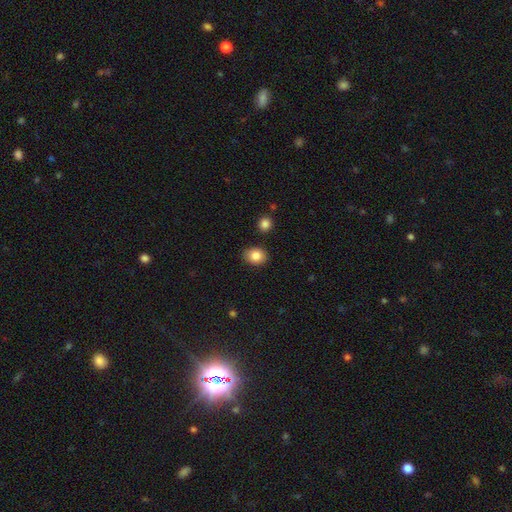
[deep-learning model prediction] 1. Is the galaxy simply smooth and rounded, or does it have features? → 85% smooth, 8% star or artifact, 6% featured or disk.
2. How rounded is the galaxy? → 54% in between, 45% round, 1% cigar-shaped.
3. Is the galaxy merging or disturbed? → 87% none, 9% minor disturbance, 2% merger, 2% major disturbance.